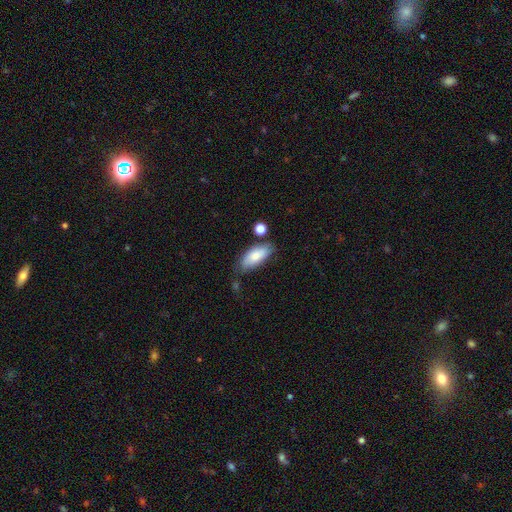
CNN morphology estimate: smooth-or-featured: smooth: 79% | featured or disk: 15% | star or artifact: 7%
  how-rounded: in between: 84% | cigar-shaped: 13% | round: 2%
  merging: none: 64% | minor disturbance: 23% | merger: 8% | major disturbance: 6%